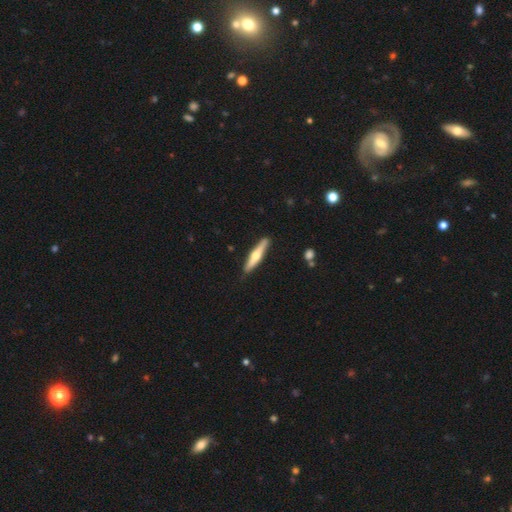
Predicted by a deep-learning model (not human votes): Overall: featured or disk (56%; smooth 39%). Edge-on disk: yes (95%). Edge-on bulge: rounded (91%). Merging: none (88%).